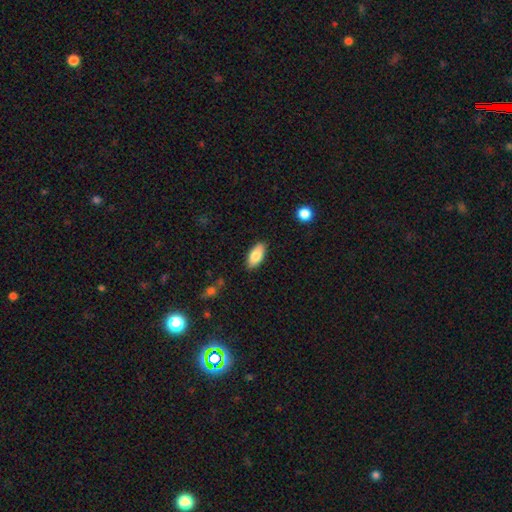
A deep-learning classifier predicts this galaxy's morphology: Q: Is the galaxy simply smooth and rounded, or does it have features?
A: smooth — 82%.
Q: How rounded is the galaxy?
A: in between — 89%.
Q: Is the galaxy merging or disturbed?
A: none — 86%.